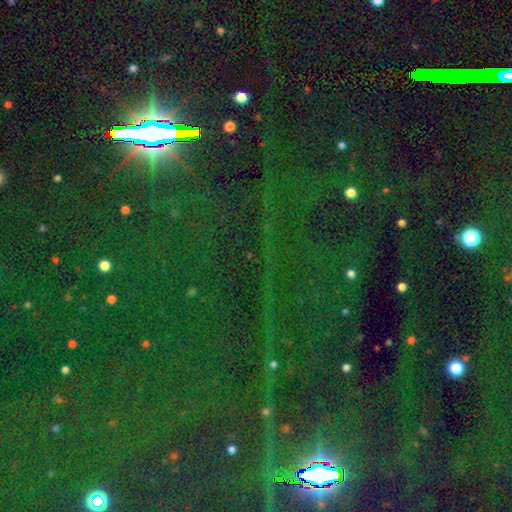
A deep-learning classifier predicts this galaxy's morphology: The model was most divided on "smooth or featured": star or artifact: 84%, smooth: 8%, featured or disk: 7%.